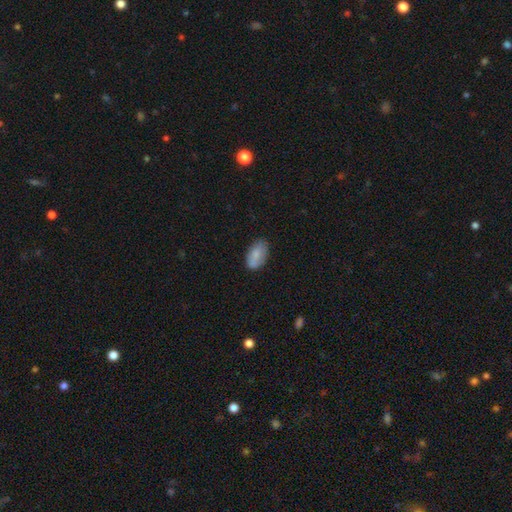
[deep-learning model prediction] Morphology: type=smooth (80%); roundness=in between (93%); merging=none (73%).